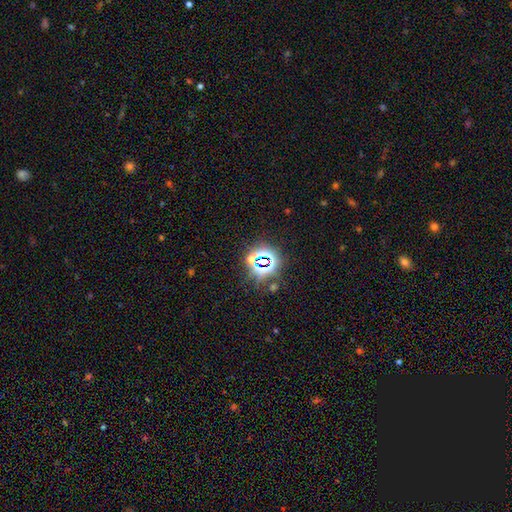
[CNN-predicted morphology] Overall: star or artifact (76%).